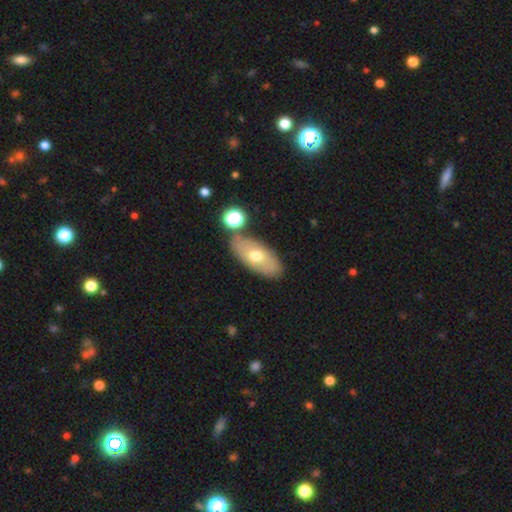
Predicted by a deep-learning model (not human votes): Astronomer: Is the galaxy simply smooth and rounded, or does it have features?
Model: smooth — 58% (runner-up: featured or disk, 34%).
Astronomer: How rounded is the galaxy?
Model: in between — 87%.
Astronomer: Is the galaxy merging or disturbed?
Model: none — 78%.